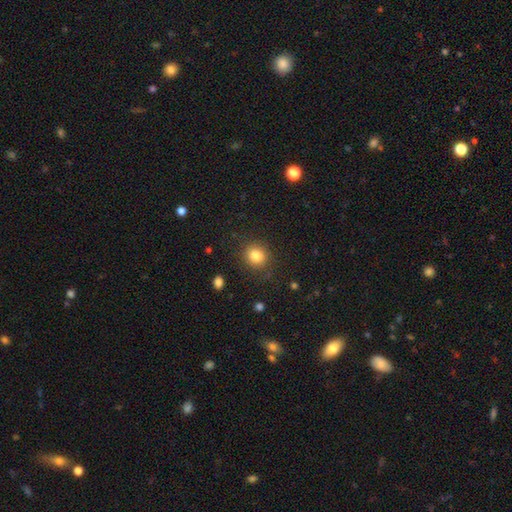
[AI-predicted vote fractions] A smooth galaxy with no disk features (84%) that is round (80%). Merging: none (84%).